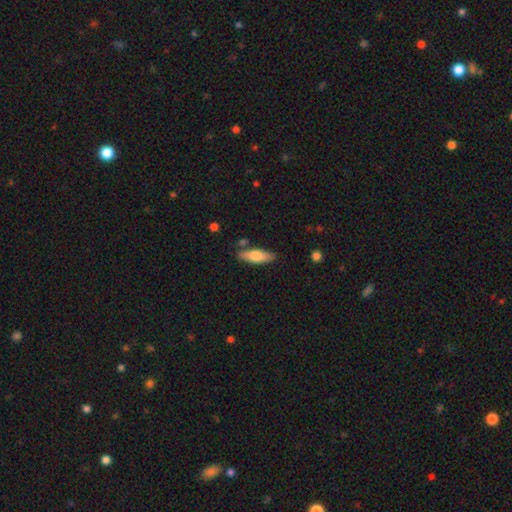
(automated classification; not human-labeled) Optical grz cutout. It shows a smooth galaxy with no disk features (68%) that is in between round and cigar-shaped (53%). Merging: none (79%).